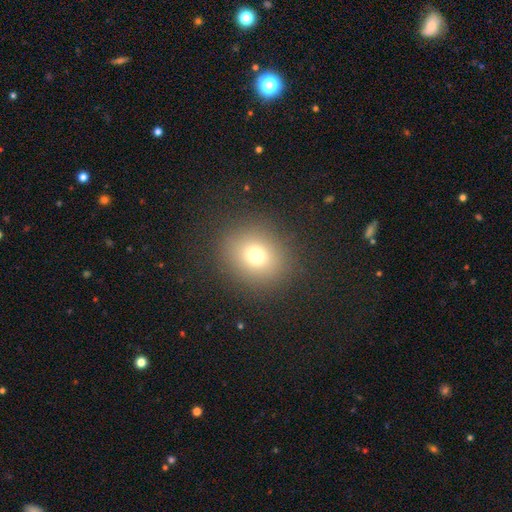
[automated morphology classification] Overall: smooth (72%). How rounded: round (78%). Merging: none (88%).